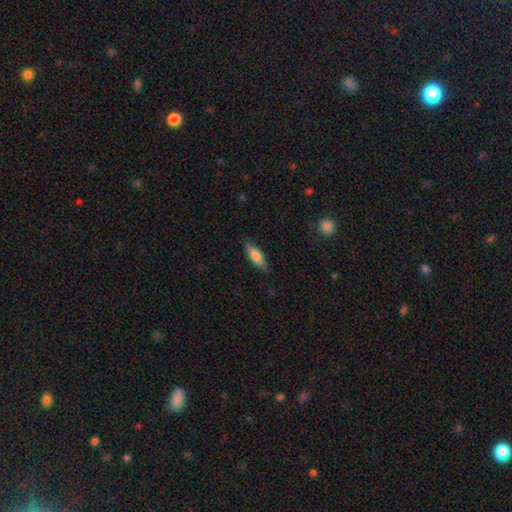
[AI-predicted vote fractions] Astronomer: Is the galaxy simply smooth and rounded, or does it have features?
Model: smooth — 74%.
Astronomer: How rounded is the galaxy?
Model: in between — 56% (runner-up: cigar-shaped, 42%).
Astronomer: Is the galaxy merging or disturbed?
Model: none — 83%.